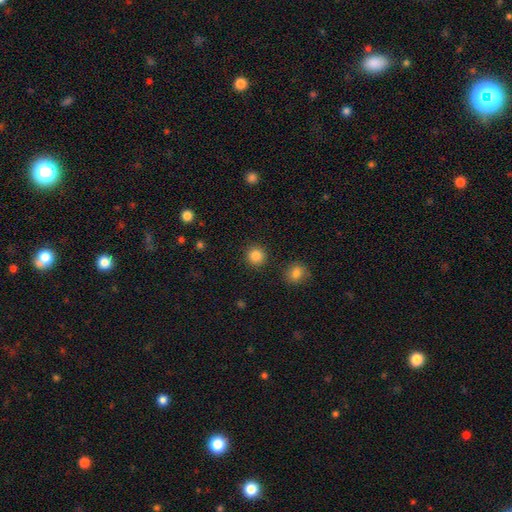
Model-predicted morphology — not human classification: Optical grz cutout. It shows a smooth galaxy with no disk features (86%) that is round (94%). Merging: none (91%).